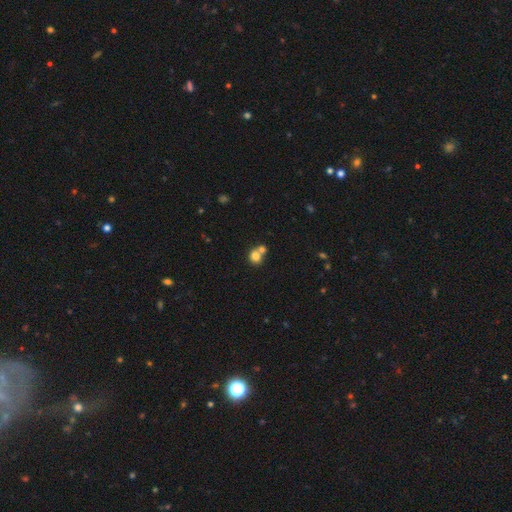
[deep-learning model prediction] This is likely a smooth galaxy (79%). How rounded: likely round (78%). Merging: possibly merger (50%).